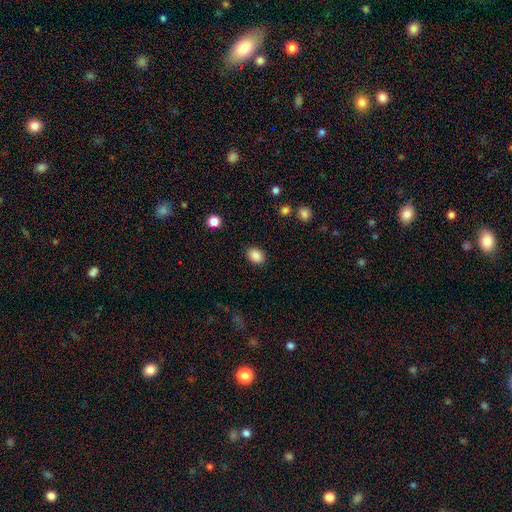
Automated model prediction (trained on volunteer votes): smooth-or-featured: smooth: 87% | star or artifact: 9% | featured or disk: 4%
  how-rounded: in between: 66% | round: 33% | cigar-shaped: 1%
  merging: none: 88% | minor disturbance: 9% | major disturbance: 3% | merger: 1%